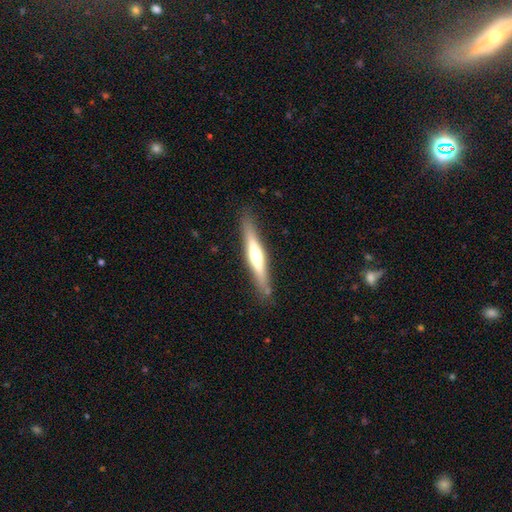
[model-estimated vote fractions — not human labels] Smooth or featured?
  - featured or disk: 60% *
  - smooth: 35%
  - star or artifact: 5%
Edge-on disk?
  - yes: 96% *
  - no: 4%
Edge-on bulge?
  - rounded: 80% *
  - none: 12%
  - boxy: 9%
Merging?
  - none: 85% *
  - minor disturbance: 10%
  - major disturbance: 2%
  - merger: 2%